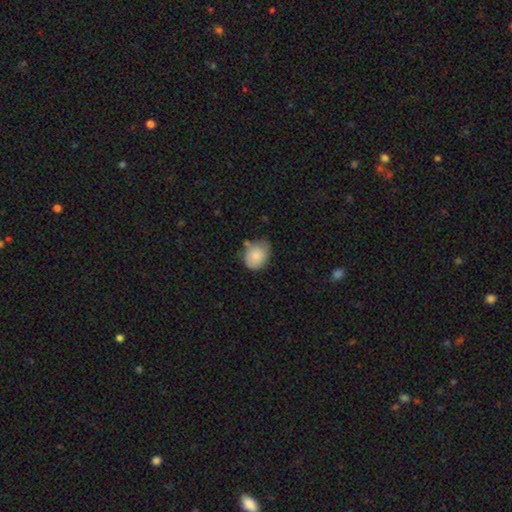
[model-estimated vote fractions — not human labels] A smooth galaxy with no disk features (81%) that is round (57%). Merging: none (50%).